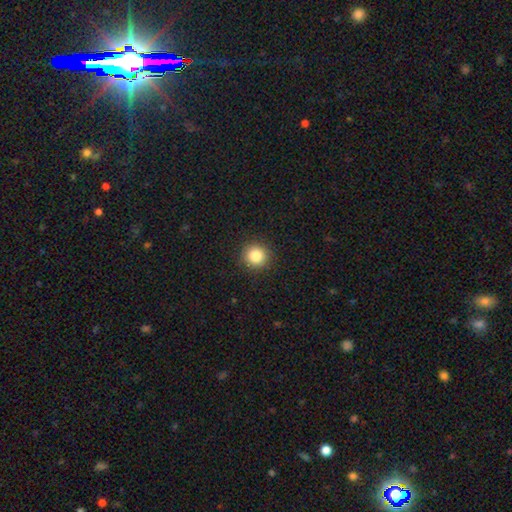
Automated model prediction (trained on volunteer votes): Smooth or featured? smooth (84%)
How rounded? round (94%)
Merging? none (92%)